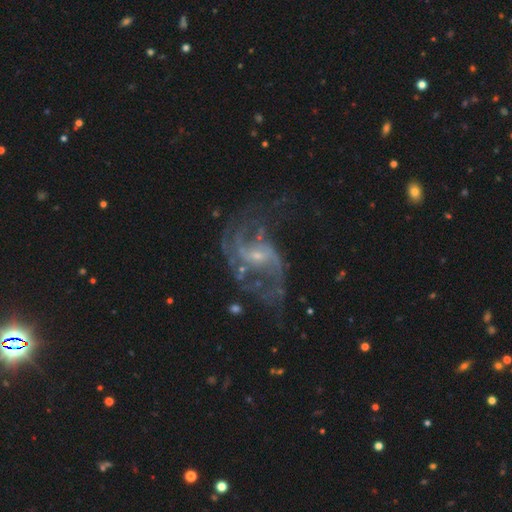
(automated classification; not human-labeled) The model was most divided on "bar": weak: 46%, no: 38%, strong: 15%. Remaining: edge-on disk — no (98%); spiral arms — yes (93%); smooth or featured — featured or disk (87%); bulge size — small (75%); spiral arm count — 2 (56%); merging — none (51%); spiral winding — loose (48%).